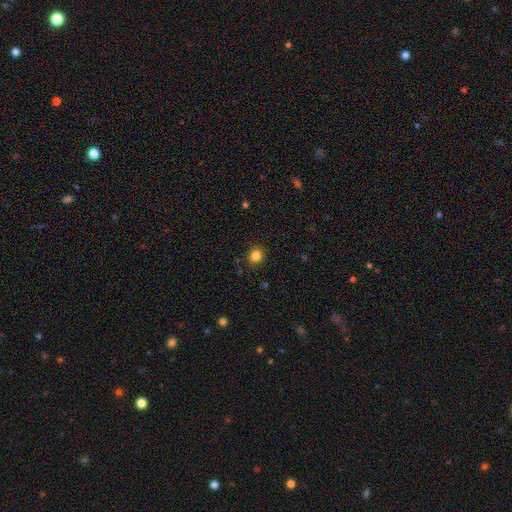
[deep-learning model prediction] A smooth galaxy with no disk features (84%) that is round (81%). Merging: none (89%).